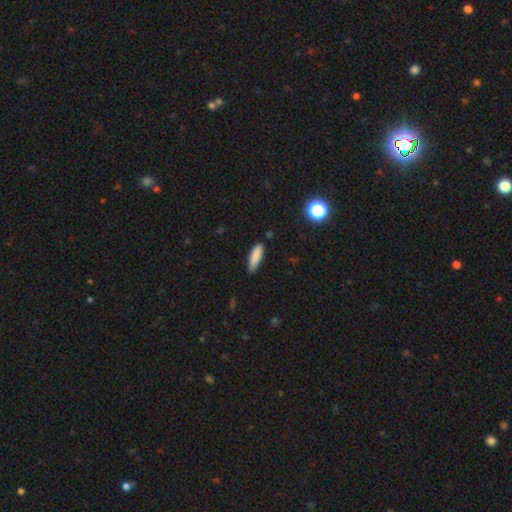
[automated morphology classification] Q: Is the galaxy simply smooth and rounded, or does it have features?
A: smooth — 85%.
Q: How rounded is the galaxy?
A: cigar-shaped — 56%.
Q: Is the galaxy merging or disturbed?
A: none — 76%.